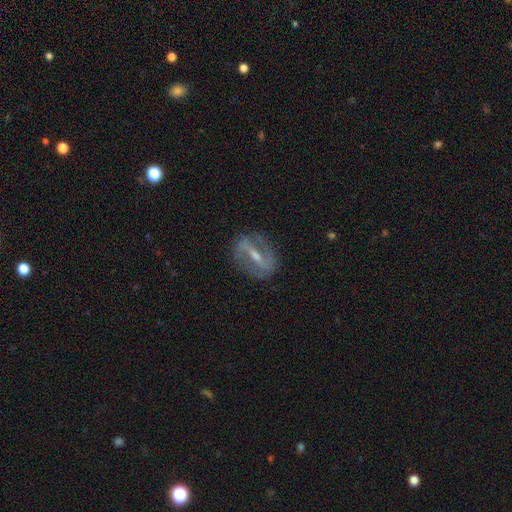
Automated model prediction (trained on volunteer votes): Smooth or featured? featured or disk (79%)
Edge-on disk? no (87%)
Bar? strong (67%)
Spiral arms? yes (71%)
Bulge size? small (45%)
Merging? none (81%)